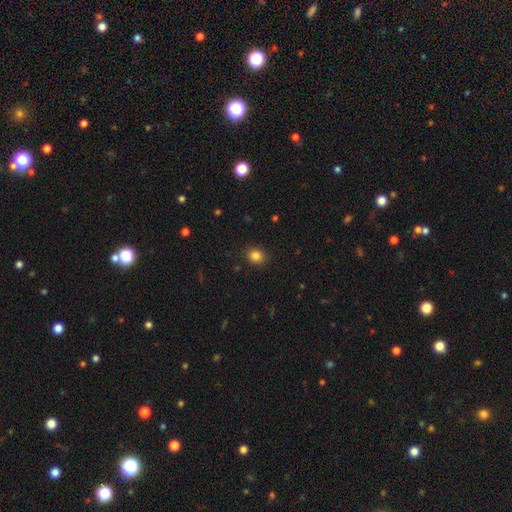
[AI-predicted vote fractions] A smooth galaxy with no disk features (84%) that is round (72%).

Vote fractions:
- Smooth or featured? smooth: 84% / star or artifact: 12% / featured or disk: 5%
- How rounded? round: 72% / in between: 27% / cigar-shaped: 1%
- Merging? none: 90% / minor disturbance: 7% / major disturbance: 2% / merger: 1%